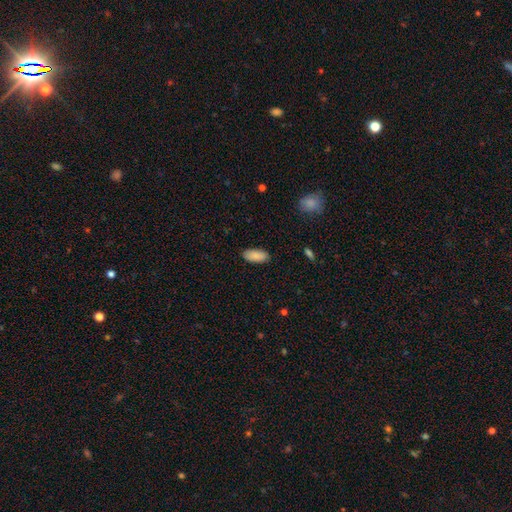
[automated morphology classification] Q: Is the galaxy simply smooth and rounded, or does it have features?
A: smooth — 89%.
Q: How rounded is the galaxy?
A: in between — 88%.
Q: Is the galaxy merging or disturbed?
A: none — 88%.